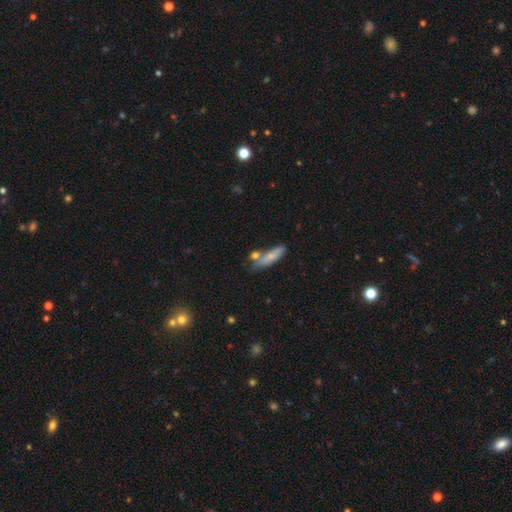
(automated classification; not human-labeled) The model was most divided on "smooth or featured": smooth: 50%, featured or disk: 29%, star or artifact: 21%. More confident: merging — none (53%).